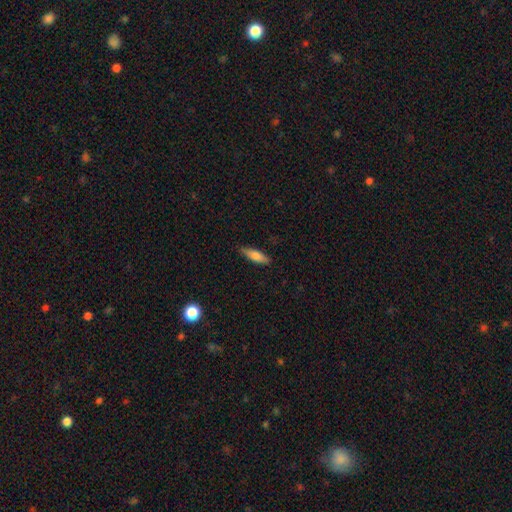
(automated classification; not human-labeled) This is likely a smooth galaxy (75%). How rounded: possibly cigar-shaped (57%). Merging: clearly none (84%).